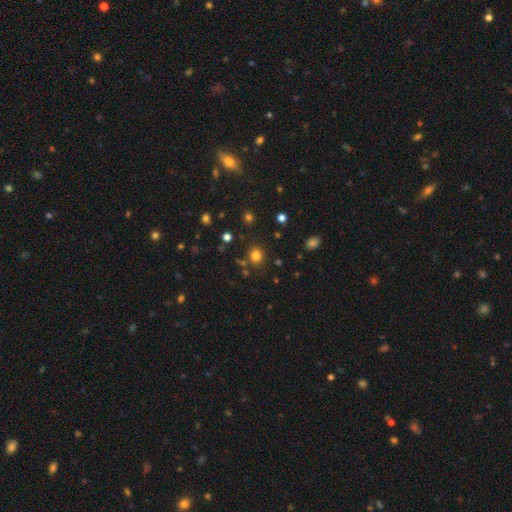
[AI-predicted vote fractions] Smooth or featured: smooth — 79% (star or artifact — 15%)
How rounded: round — 79% (in between — 20%)
Merging: none — 82% (minor disturbance — 9%)